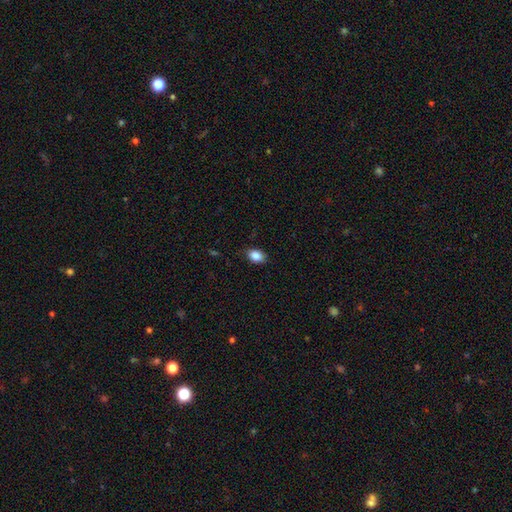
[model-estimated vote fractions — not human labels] This is clearly a smooth galaxy (87%). How rounded: clearly in between (81%). Merging: clearly none (84%).